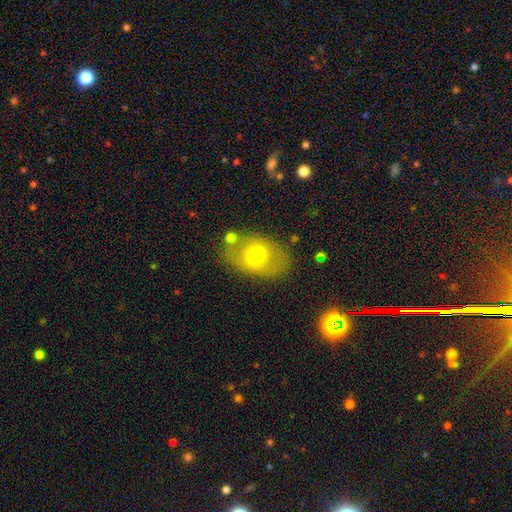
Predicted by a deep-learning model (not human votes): smooth-or-featured: smooth: 60% | featured or disk: 31% | star or artifact: 8%
  how-rounded: in between: 80% | round: 19% | cigar-shaped: 1%
  merging: none: 70% | minor disturbance: 16% | merger: 8% | major disturbance: 6%